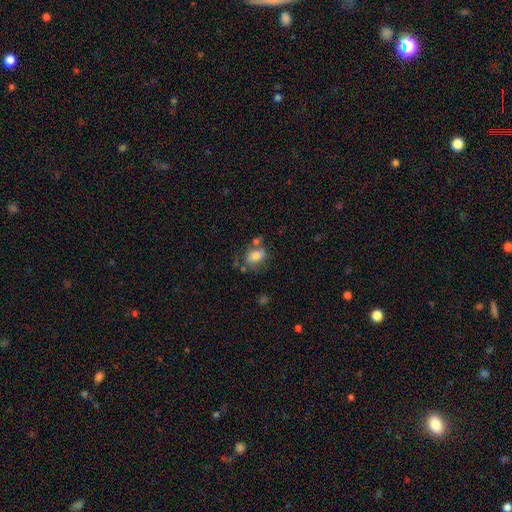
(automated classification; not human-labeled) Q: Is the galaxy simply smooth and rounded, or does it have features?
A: smooth — 69%.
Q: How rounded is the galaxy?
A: in between — 73%.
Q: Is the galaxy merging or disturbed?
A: none — 42%.